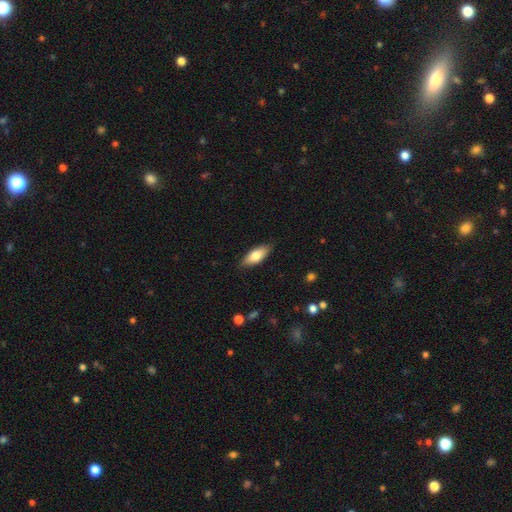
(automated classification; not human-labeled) Q: Smooth or featured?
A: smooth (78%); runner-up: featured or disk (16%)
Q: How rounded?
A: in between (80%); runner-up: cigar-shaped (18%)
Q: Merging?
A: none (86%); runner-up: minor disturbance (11%)